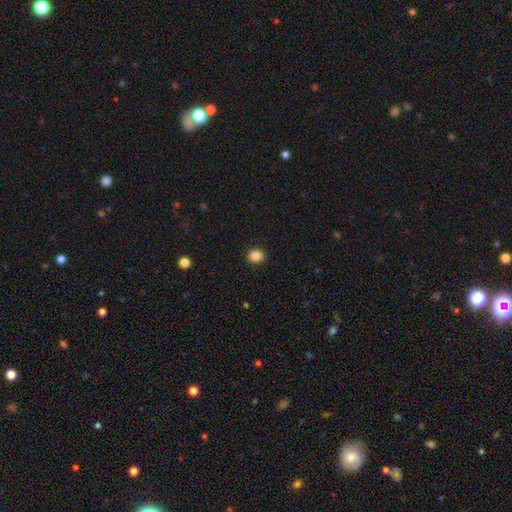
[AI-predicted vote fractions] Smooth or featured? smooth (86%)
How rounded? round (87%)
Merging? none (92%)